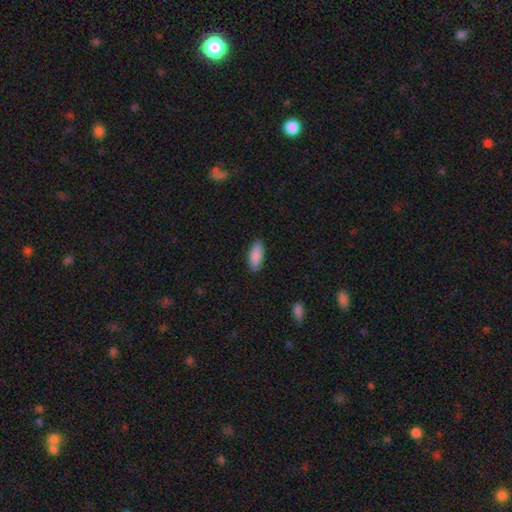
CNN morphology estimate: type=smooth (88%); roundness=in between (81%); merging=none (88%).